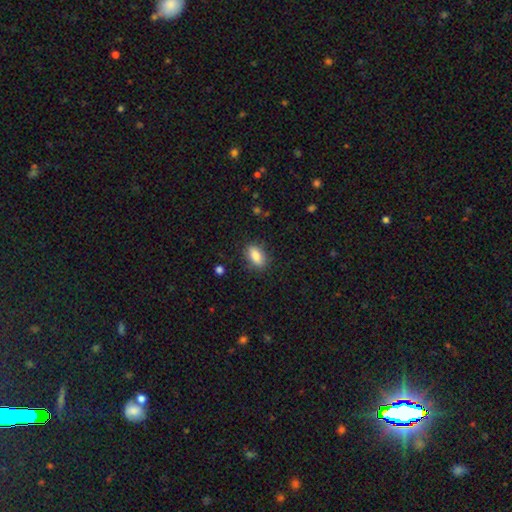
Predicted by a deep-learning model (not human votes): smooth_or_featured: smooth (p=0.85) [alt: star or artifact p=0.08]
how_rounded: in between (p=0.87) [alt: cigar-shaped p=0.06]
merging: none (p=0.84) [alt: minor disturbance p=0.11]